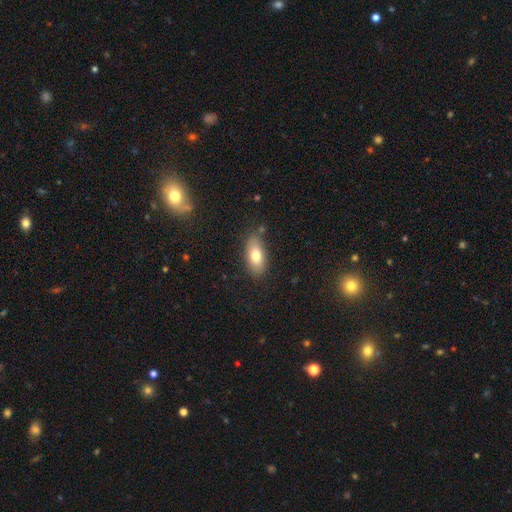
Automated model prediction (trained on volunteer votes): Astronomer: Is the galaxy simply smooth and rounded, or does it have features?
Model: smooth — 75%.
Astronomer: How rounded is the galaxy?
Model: in between — 86%.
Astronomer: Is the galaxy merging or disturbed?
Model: none — 81%.